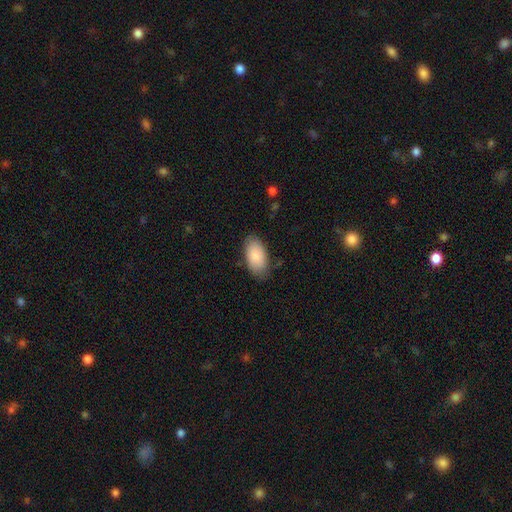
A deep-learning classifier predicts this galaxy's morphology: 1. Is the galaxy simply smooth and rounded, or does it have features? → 85% smooth, 9% featured or disk, 6% star or artifact.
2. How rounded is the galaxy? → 95% in between, 3% round, 2% cigar-shaped.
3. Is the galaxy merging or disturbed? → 79% none, 16% minor disturbance, 3% major disturbance, 1% merger.